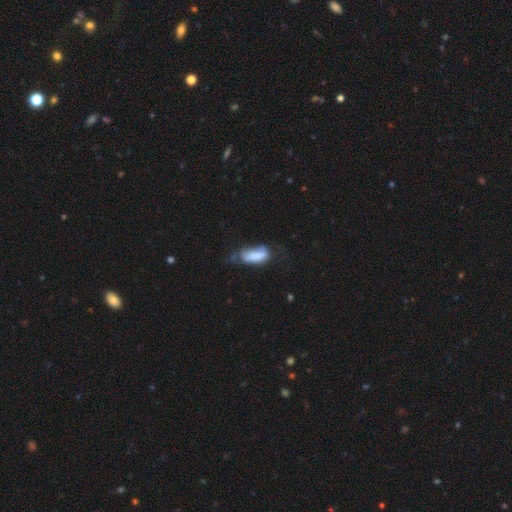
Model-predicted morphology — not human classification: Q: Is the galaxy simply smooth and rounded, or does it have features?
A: smooth — 73%.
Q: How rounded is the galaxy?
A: in between — 74%.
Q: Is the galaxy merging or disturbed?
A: minor disturbance — 36%.